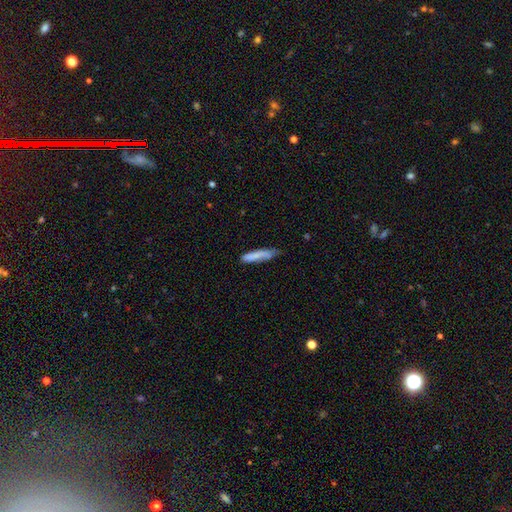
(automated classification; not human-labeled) smooth_or_featured: smooth (p=0.78) [alt: featured or disk p=0.15]
how_rounded: cigar-shaped (p=0.85) [alt: in between p=0.14]
merging: none (p=0.55) [alt: minor disturbance p=0.33]